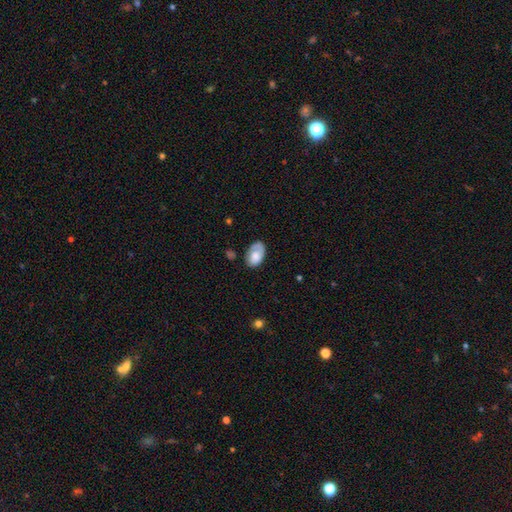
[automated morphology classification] This is likely a smooth galaxy (66%). How rounded: clearly in between (91%). Merging: possibly none (60%).